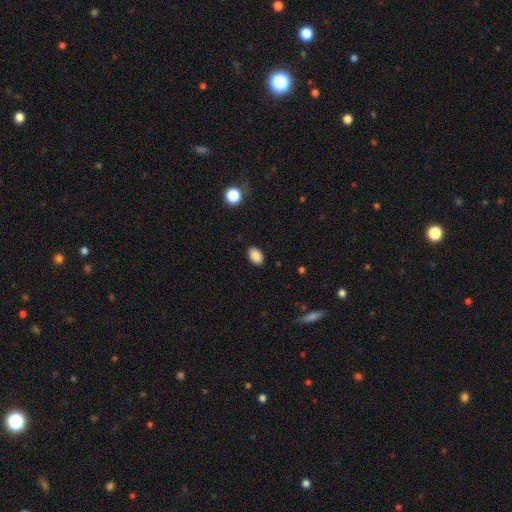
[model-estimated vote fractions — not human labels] The model was most divided on "how rounded": in between: 88%, round: 10%, cigar-shaped: 1%. More confident: merging — none (88%); smooth or featured — smooth (88%).